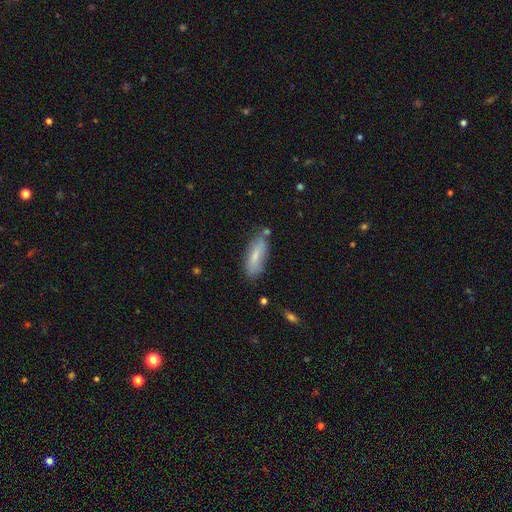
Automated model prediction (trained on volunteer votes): smooth-or-featured: smooth: 70% | featured or disk: 23% | star or artifact: 7%
  how-rounded: in between: 62% | cigar-shaped: 36% | round: 2%
  merging: none: 69% | minor disturbance: 22% | merger: 5% | major disturbance: 4%